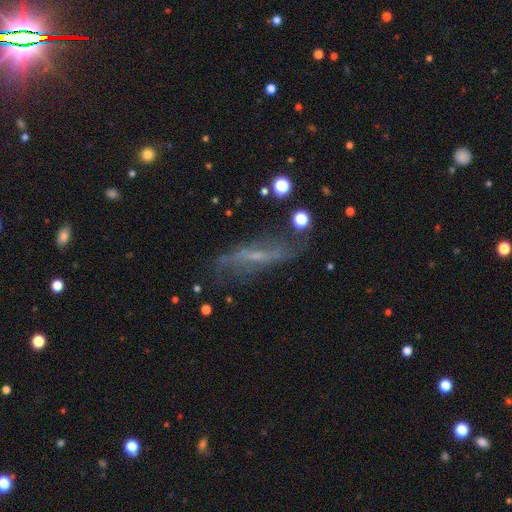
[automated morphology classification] Smooth or featured? featured or disk (65%)
Edge-on disk? no (59%)
Merging? none (60%)